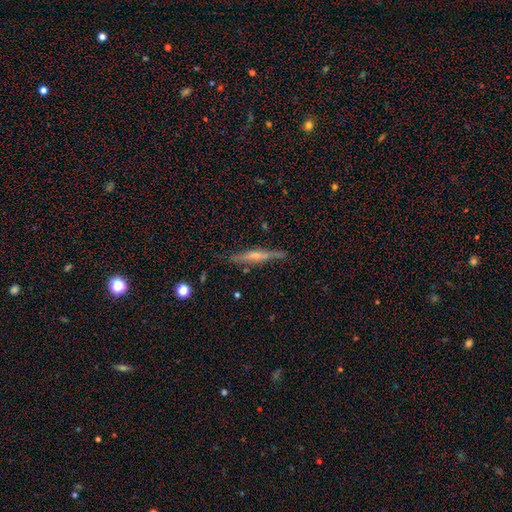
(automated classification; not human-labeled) Smooth or featured?
  - featured or disk: 71% *
  - smooth: 22%
  - star or artifact: 7%
Edge-on disk?
  - yes: 96% *
  - no: 4%
Edge-on bulge?
  - rounded: 75% *
  - none: 17%
  - boxy: 8%
Merging?
  - none: 84% *
  - minor disturbance: 12%
  - major disturbance: 2%
  - merger: 2%